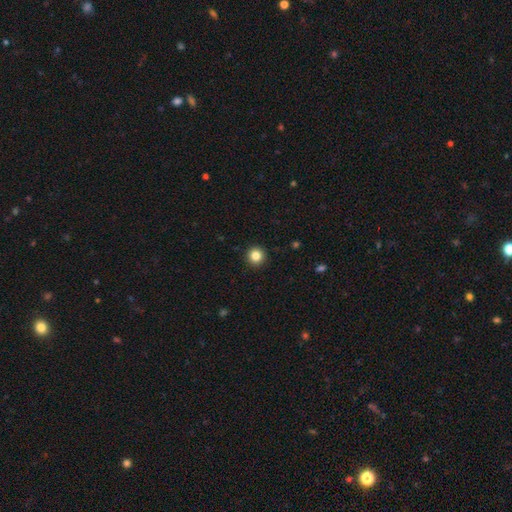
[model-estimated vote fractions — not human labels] smooth 84%, star or artifact 11%, featured or disk 5%. Down the decision tree: how rounded — round (95%); merging — none (93%).